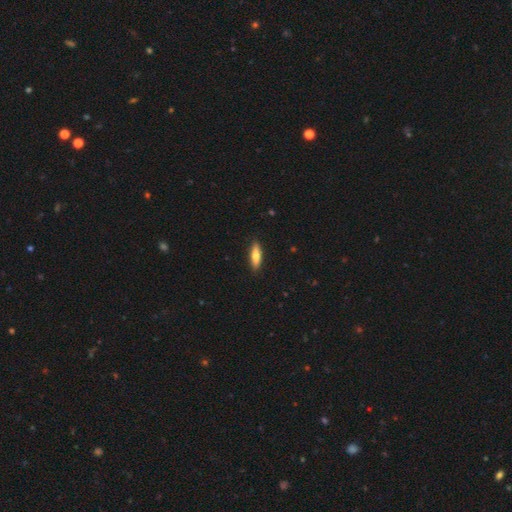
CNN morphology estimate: smooth 74%, featured or disk 20%, star or artifact 6%. Down the decision tree: how rounded — cigar-shaped (60%); merging — none (89%).